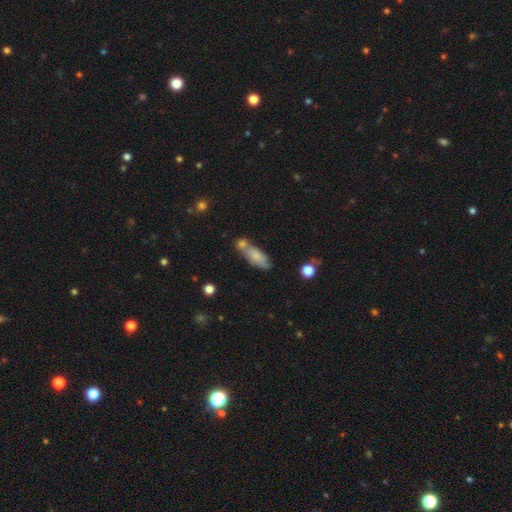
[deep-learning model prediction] Smooth or featured? Predicted: smooth (p=0.72). How rounded? Predicted: in between (p=0.62). Merging? Predicted: none (p=0.44).